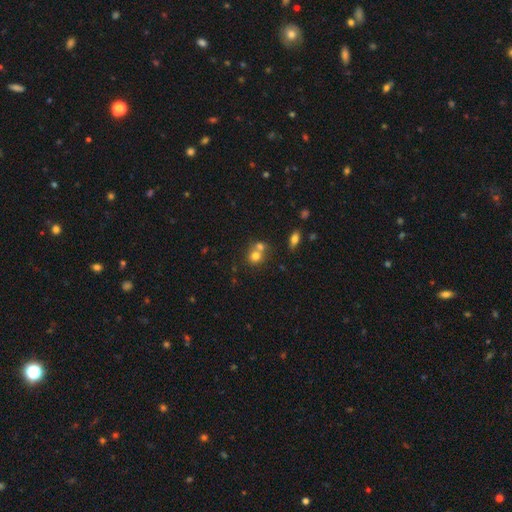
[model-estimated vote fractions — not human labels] Smooth or featured? smooth (73%)
How rounded? round (78%)
Merging? merger (52%)